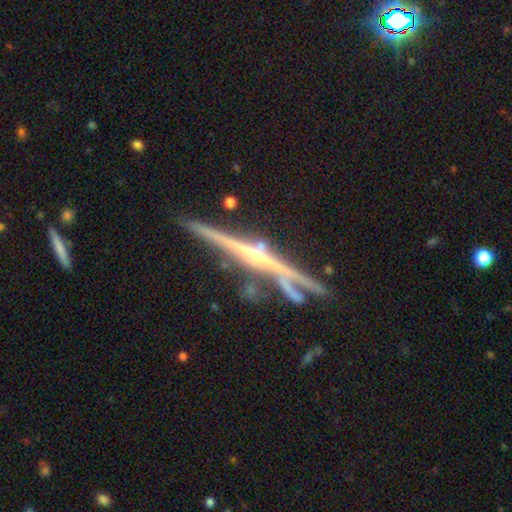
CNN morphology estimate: Smooth or featured? featured or disk (85%)
Edge-on disk? yes (97%)
Edge-on bulge? rounded (71%)
Merging? none (72%)